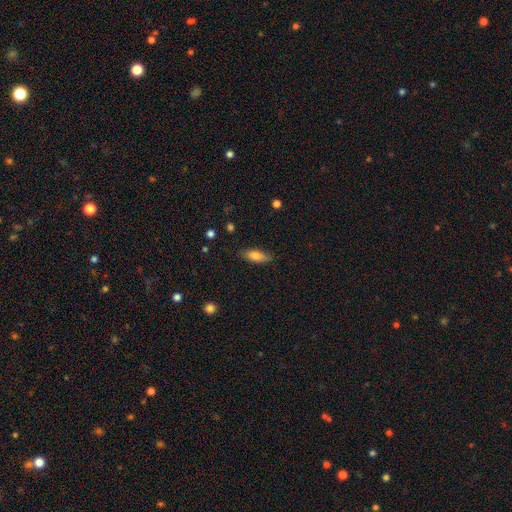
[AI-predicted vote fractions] Overall: smooth (78%). How rounded: in between (63%; cigar-shaped 34%). Merging: none (85%).